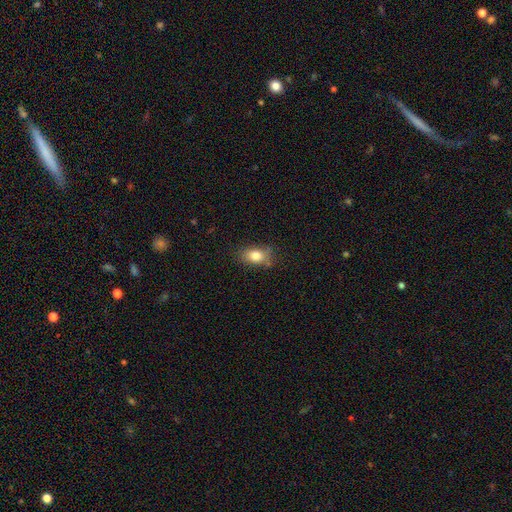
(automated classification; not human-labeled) smooth 81%, featured or disk 10%, star or artifact 9%. Down the decision tree: how rounded — in between (80%); merging — none (67%).